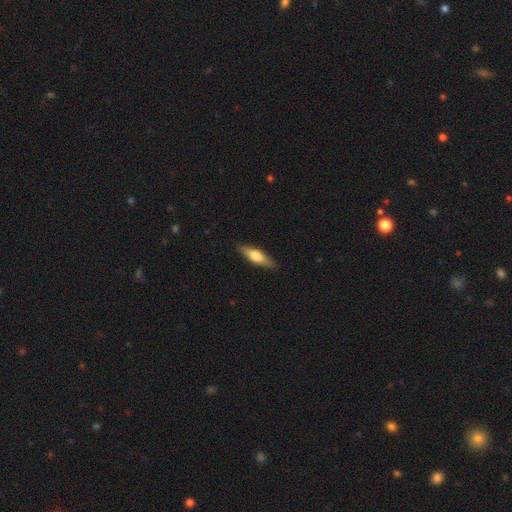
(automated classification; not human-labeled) smooth_or_featured: smooth (p=0.58) [alt: featured or disk p=0.36]
how_rounded: cigar-shaped (p=0.62) [alt: in between p=0.36]
merging: none (p=0.88) [alt: minor disturbance p=0.09]